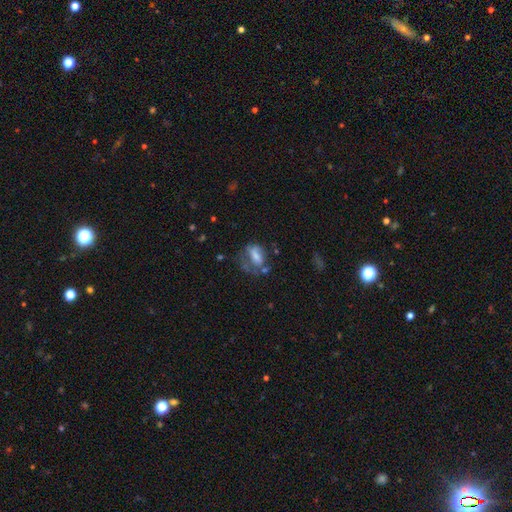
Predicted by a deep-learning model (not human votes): smooth-or-featured: smooth: 47% | featured or disk: 40% | star or artifact: 13%
  merging: none: 34% (tied) | major disturbance: 34% (tied) | minor disturbance: 23% | merger: 9%